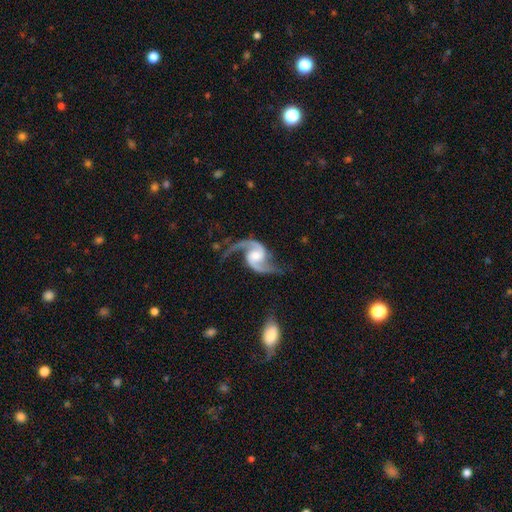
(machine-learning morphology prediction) A featured or disk galaxy (93%) with no bar (48%), 2 (94%) loose (52%) spiral arms (98%) and a moderate central bulge (47%). Merging: none (71%).